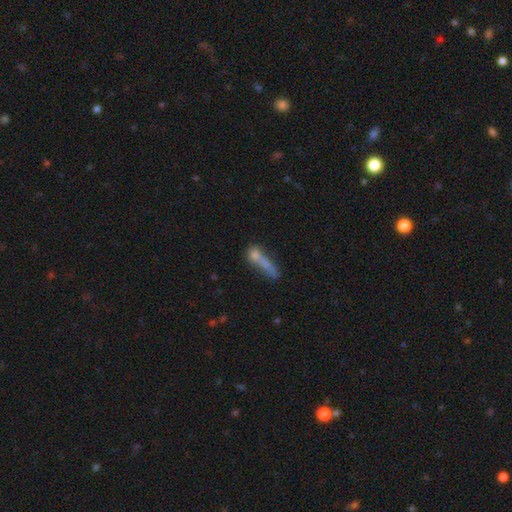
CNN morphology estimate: type=smooth (64%); roundness=cigar-shaped (70%); merging=none (36%).